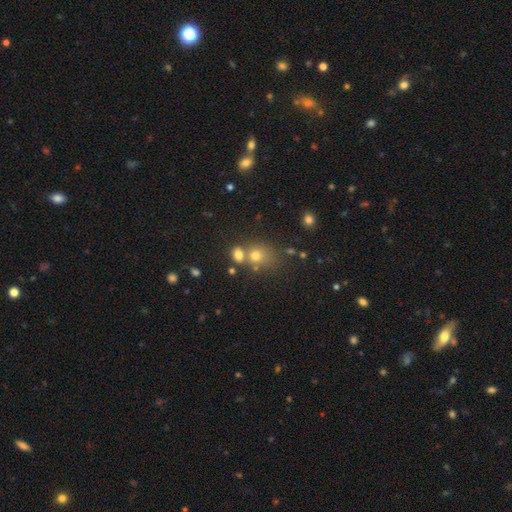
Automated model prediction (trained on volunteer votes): Smooth or featured? Predicted: smooth (p=0.71). How rounded? Predicted: round (p=0.63). Merging? Predicted: none (p=0.42).